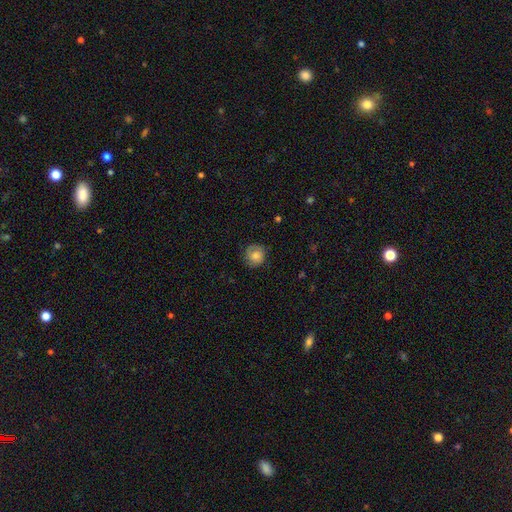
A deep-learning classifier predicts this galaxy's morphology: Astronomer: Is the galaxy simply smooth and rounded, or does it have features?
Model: smooth — 68%.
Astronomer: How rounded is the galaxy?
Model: round — 89%.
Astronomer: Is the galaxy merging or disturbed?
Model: none — 78%.